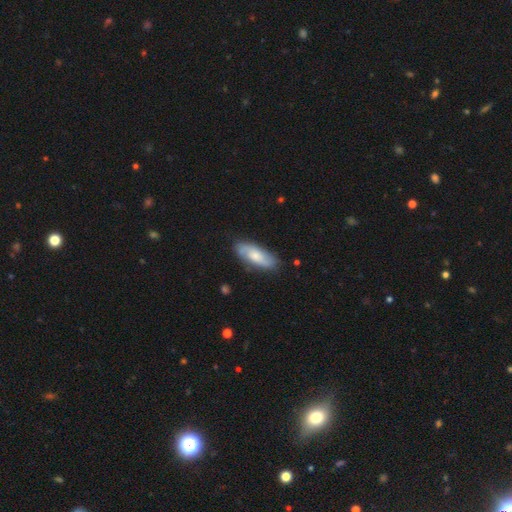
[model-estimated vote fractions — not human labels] Overall: smooth (51%; featured or disk 43%). How rounded: in between (75%). Merging: none (78%).